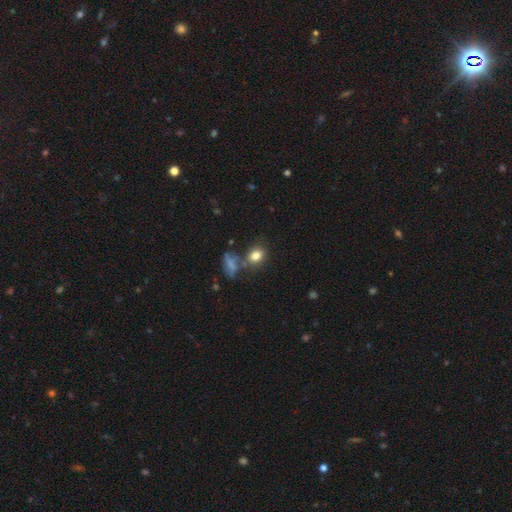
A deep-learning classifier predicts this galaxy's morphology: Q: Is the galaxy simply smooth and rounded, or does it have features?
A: smooth — 79%.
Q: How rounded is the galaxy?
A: in between — 53%.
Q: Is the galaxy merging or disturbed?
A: none — 63%.